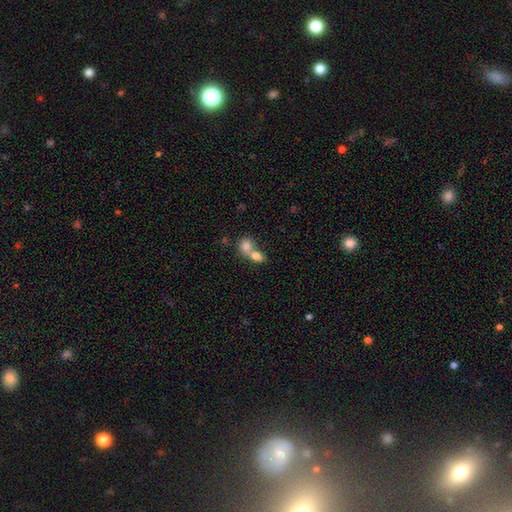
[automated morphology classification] The model was most divided on "how rounded": in between: 62%, round: 36%, cigar-shaped: 2%. More confident: smooth or featured — smooth (78%); merging — merger (72%).